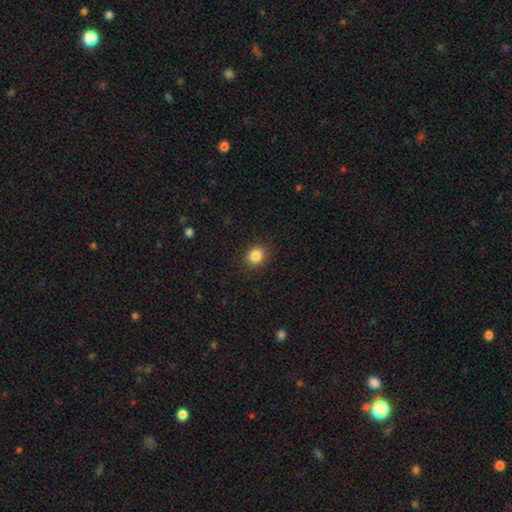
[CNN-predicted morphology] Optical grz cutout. It shows a smooth galaxy with no disk features (85%) that is round (77%). Merging: none (90%).